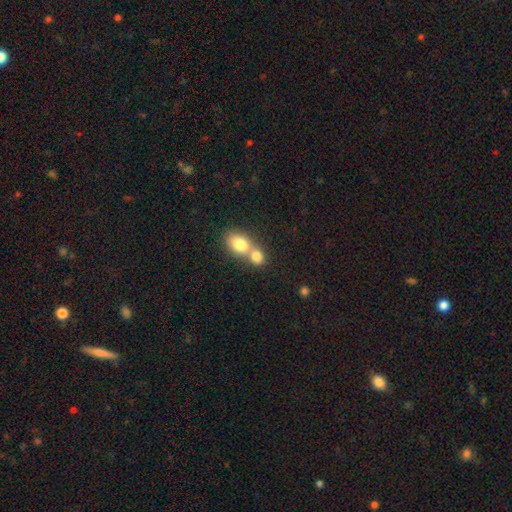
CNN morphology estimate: The model was most divided on "how rounded": round: 50%, in between: 49%, cigar-shaped: 2%. More confident: smooth or featured — smooth (77%); merging — merger (67%).